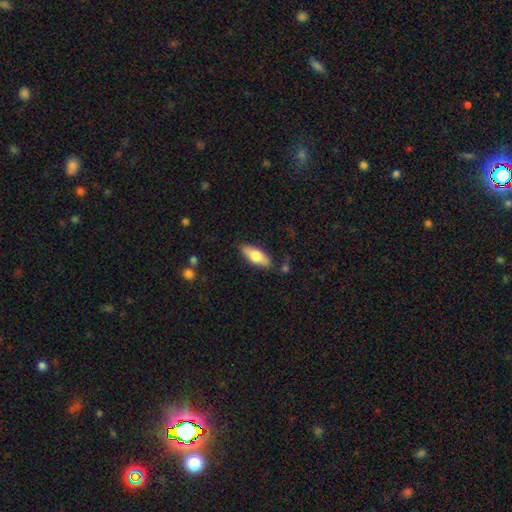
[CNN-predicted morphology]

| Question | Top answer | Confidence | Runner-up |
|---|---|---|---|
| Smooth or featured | smooth | 70% | featured or disk (25%) |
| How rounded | in between | 72% | cigar-shaped (25%) |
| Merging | none | 84% | minor disturbance (11%) |